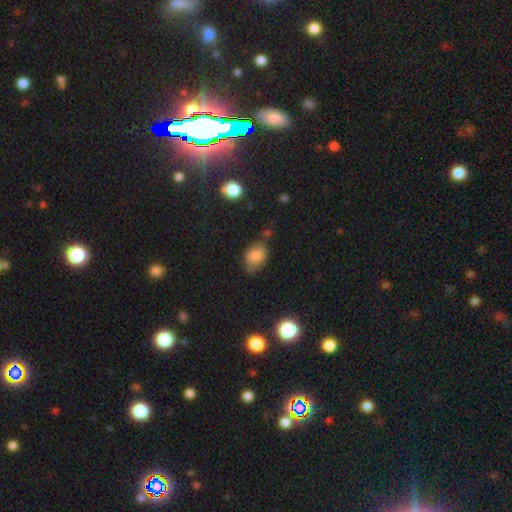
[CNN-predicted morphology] Q: Smooth or featured?
A: smooth (80%); runner-up: star or artifact (11%)
Q: How rounded?
A: in between (77%); runner-up: round (21%)
Q: Merging?
A: none (58%); runner-up: minor disturbance (30%)